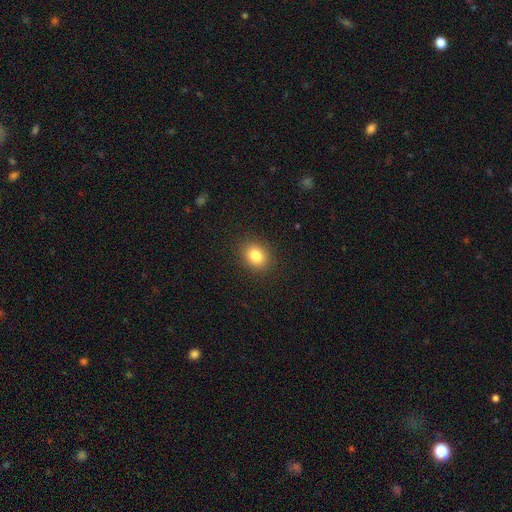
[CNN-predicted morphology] This is clearly a smooth galaxy (83%). How rounded: likely round (63%). Merging: clearly none (90%).